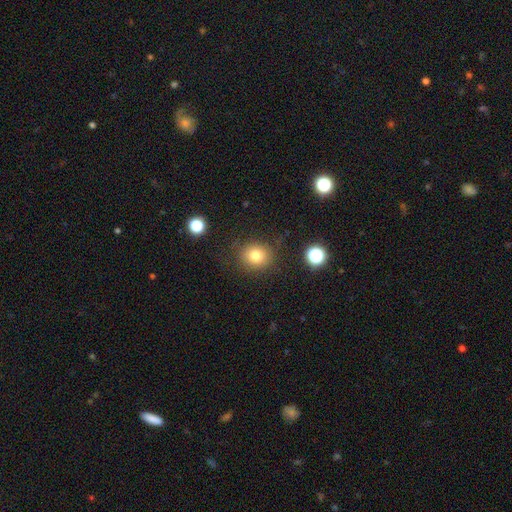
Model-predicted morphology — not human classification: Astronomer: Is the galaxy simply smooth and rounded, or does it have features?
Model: smooth — 79%.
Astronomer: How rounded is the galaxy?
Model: round — 79%.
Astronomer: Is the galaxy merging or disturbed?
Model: none — 82%.